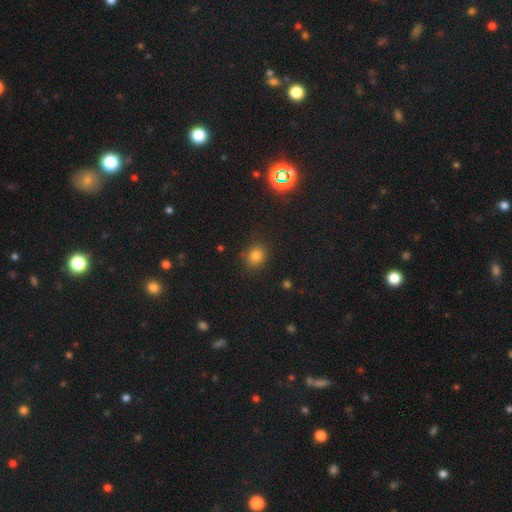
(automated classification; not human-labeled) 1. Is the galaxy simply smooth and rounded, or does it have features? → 79% smooth, 15% star or artifact, 6% featured or disk.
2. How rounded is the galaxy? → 75% round, 24% in between, 1% cigar-shaped.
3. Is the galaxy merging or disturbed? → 83% none, 11% minor disturbance, 4% major disturbance, 2% merger.